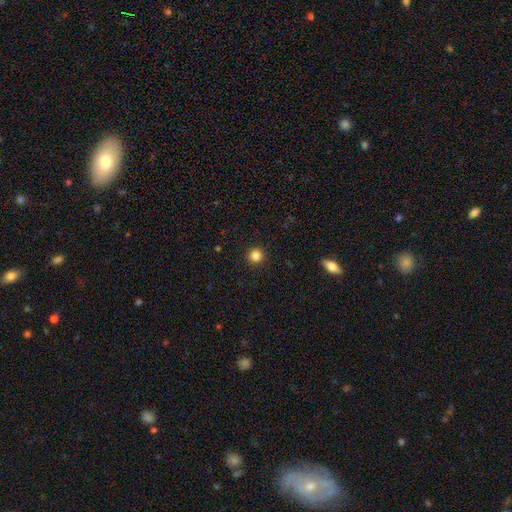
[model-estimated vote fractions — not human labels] Smooth or featured: smooth — 84% (star or artifact — 12%)
How rounded: round — 96% (in between — 3%)
Merging: none — 93% (minor disturbance — 4%)